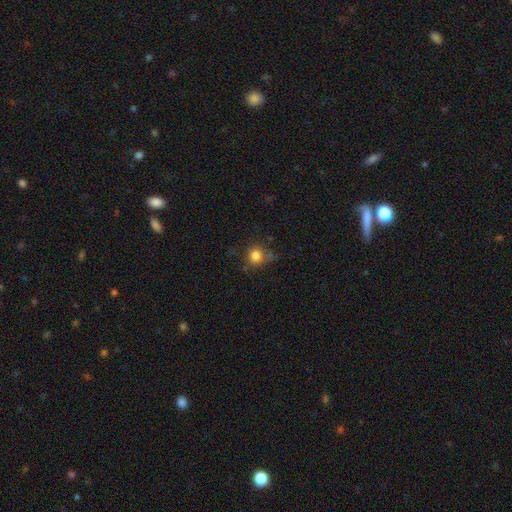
Smooth or featured? smooth (95%)
How rounded? round (89%)
Merging? none (69%)